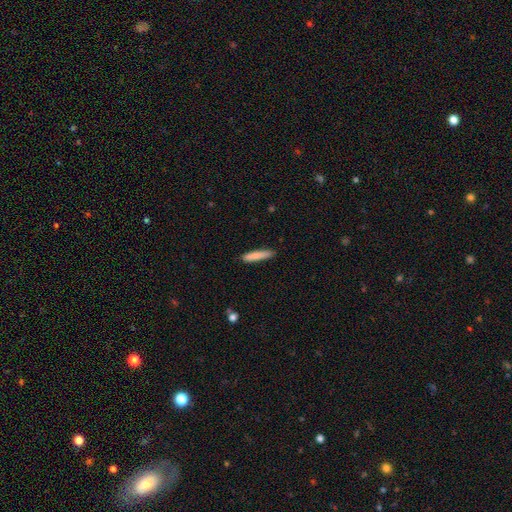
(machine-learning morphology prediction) smooth 83%, featured or disk 10%, star or artifact 6%. Down the decision tree: how rounded — cigar-shaped (90%); merging — none (86%).